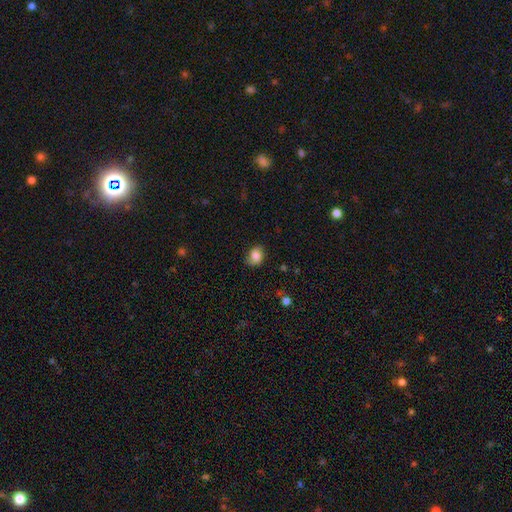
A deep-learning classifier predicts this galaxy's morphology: Smooth or featured?
  - smooth: 80% *
  - featured or disk: 11%
  - star or artifact: 9%
How rounded?
  - in between: 58% *
  - round: 41%
  - cigar-shaped: 1%
Merging?
  - none: 73% *
  - minor disturbance: 21%
  - major disturbance: 5%
  - merger: 1%